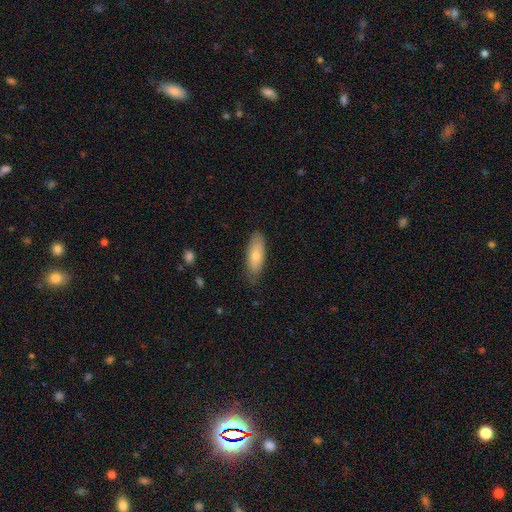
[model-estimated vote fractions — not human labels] Q: Smooth or featured?
A: smooth (68%); runner-up: featured or disk (26%)
Q: How rounded?
A: in between (65%); runner-up: cigar-shaped (32%)
Q: Merging?
A: none (77%); runner-up: minor disturbance (19%)